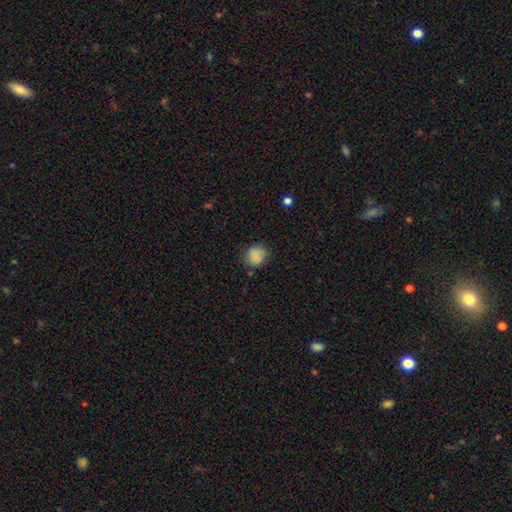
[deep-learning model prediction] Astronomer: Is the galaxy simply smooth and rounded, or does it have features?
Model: smooth — 85%.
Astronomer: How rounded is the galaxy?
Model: round — 76%.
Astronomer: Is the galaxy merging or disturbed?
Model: none — 77%.